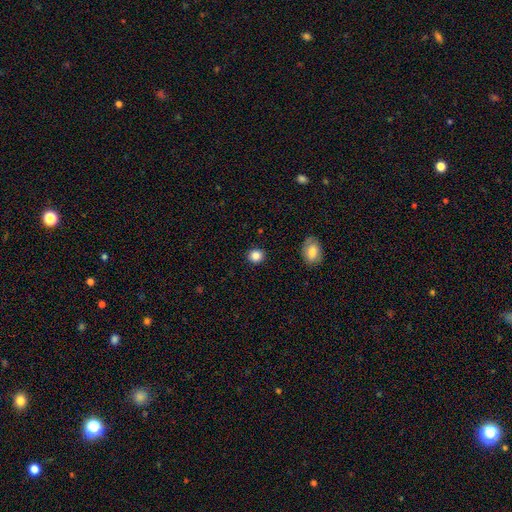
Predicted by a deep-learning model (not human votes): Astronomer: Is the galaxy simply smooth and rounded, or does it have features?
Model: smooth — 86%.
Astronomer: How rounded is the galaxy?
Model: round — 87%.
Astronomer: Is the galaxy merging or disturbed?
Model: none — 91%.